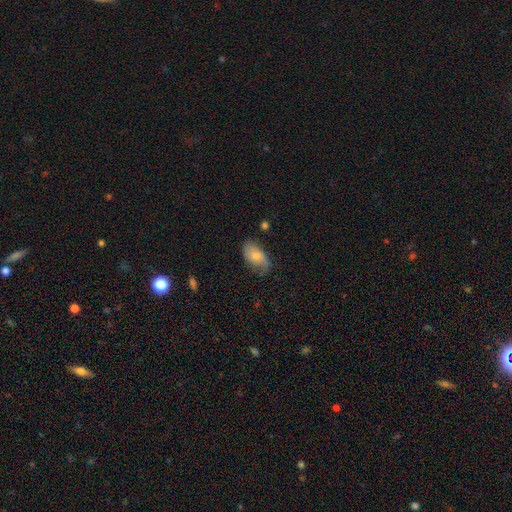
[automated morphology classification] A smooth galaxy with no disk features (64%) that is in between round and cigar-shaped (93%).

Vote fractions:
- Smooth or featured? smooth: 64% / featured or disk: 30% / star or artifact: 7%
- How rounded? in between: 93% / round: 5% / cigar-shaped: 2%
- Merging? none: 57% / minor disturbance: 30% / major disturbance: 11% / merger: 2%